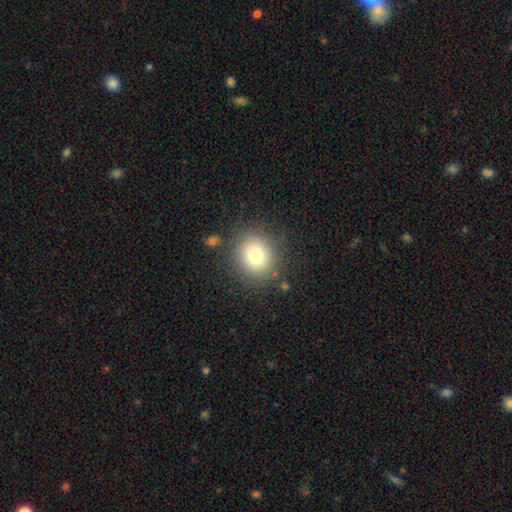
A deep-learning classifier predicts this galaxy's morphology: A smooth galaxy with no disk features (77%) that is round (84%).

Vote fractions:
- Smooth or featured? smooth: 77% / star or artifact: 12% / featured or disk: 10%
- How rounded? round: 84% / in between: 15% / cigar-shaped: 1%
- Merging? none: 85% / minor disturbance: 9% / major disturbance: 4% / merger: 3%